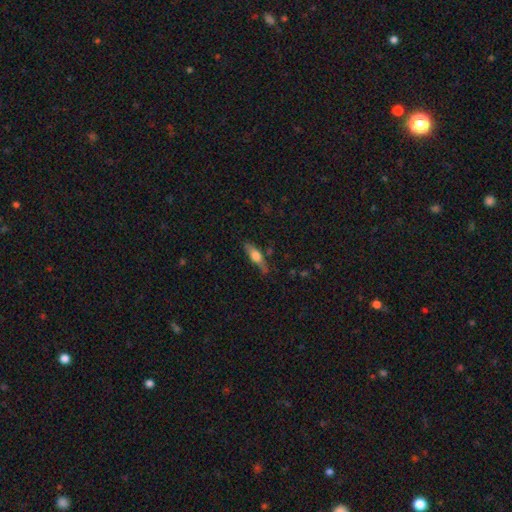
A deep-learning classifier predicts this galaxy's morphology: Smooth or featured? smooth (55%)
How rounded? cigar-shaped (59%)
Merging? none (70%)